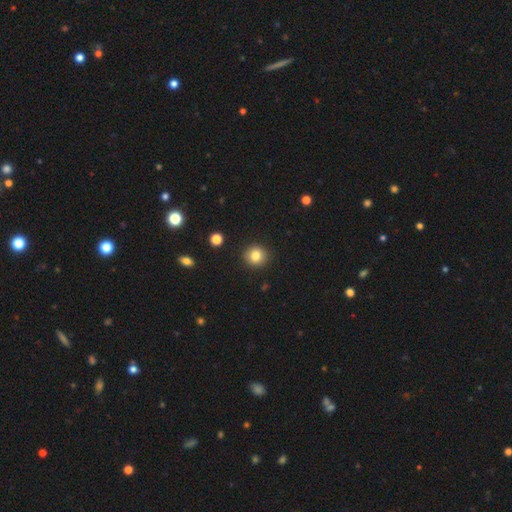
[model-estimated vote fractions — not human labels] The model was most divided on "smooth or featured": smooth: 83%, star or artifact: 11%, featured or disk: 7%. More confident: merging — none (92%); how rounded — round (91%).